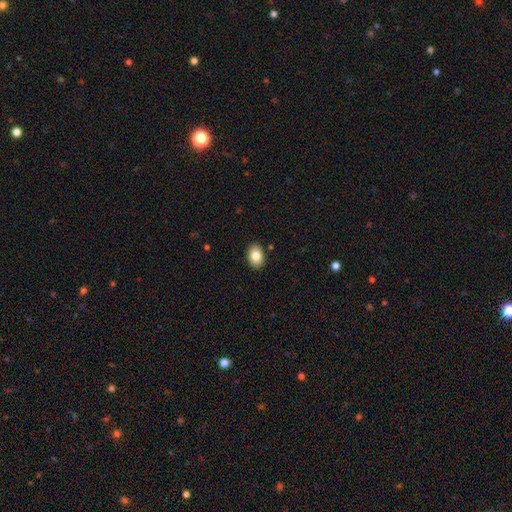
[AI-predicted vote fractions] smooth 83%, featured or disk 9%, star or artifact 8%. Down the decision tree: how rounded — in between (78%); merging — none (89%).